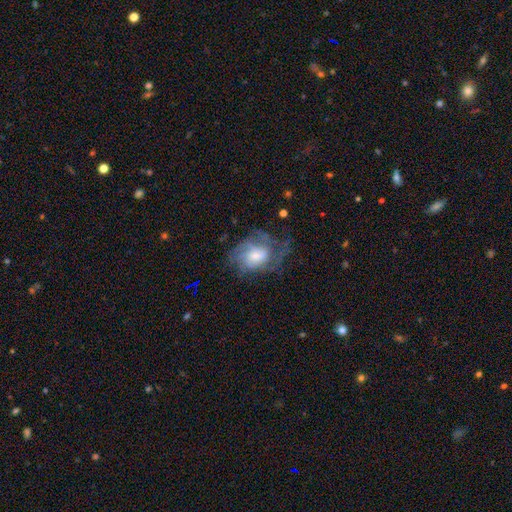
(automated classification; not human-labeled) A featured or disk galaxy (63%) with no bar (59%), spiral arms (79%) and a moderate central bulge (40%). Merging: none (44%).